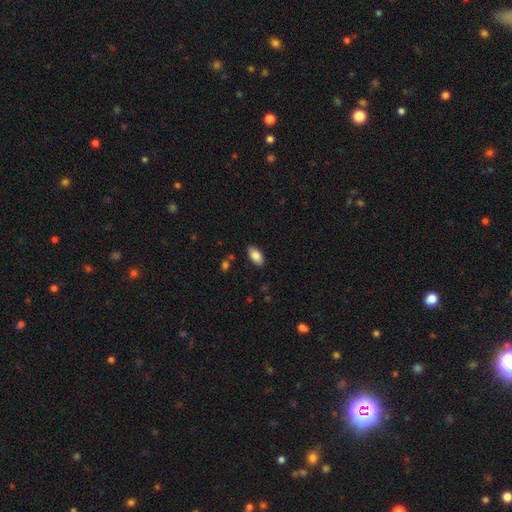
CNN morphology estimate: The model was most divided on "smooth or featured": smooth: 84%, featured or disk: 9%, star or artifact: 7%. More confident: how rounded — in between (93%); merging — none (86%).